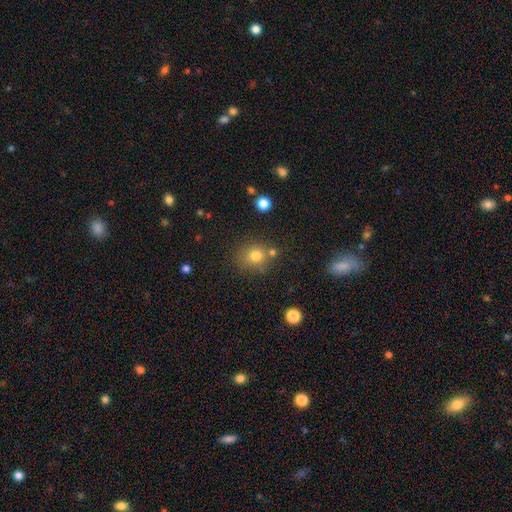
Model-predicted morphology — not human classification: smooth 78%, star or artifact 14%, featured or disk 9%. Down the decision tree: how rounded — round (81%); merging — none (70%).